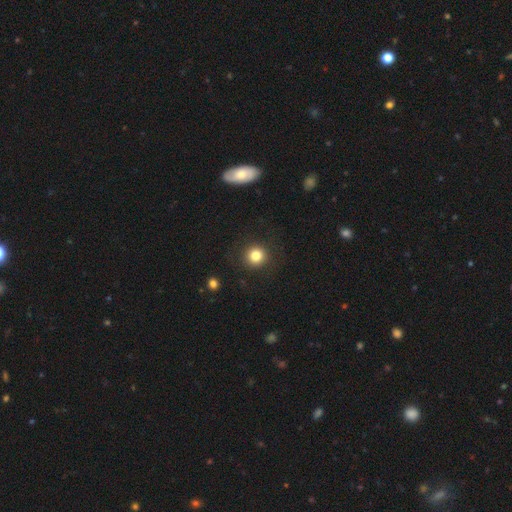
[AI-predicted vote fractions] This is clearly a smooth galaxy (82%). How rounded: clearly round (92%). Merging: clearly none (89%).